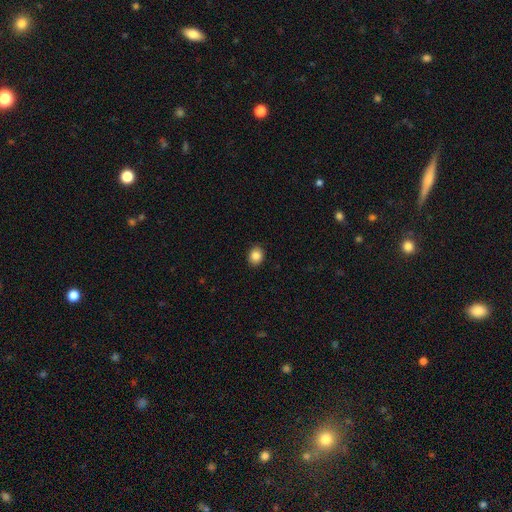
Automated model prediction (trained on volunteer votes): Smooth or featured?
  - smooth: 87% *
  - star or artifact: 9%
  - featured or disk: 4%
How rounded?
  - round: 55% *
  - in between: 44%
  - cigar-shaped: 1%
Merging?
  - none: 90% *
  - minor disturbance: 7%
  - major disturbance: 2%
  - merger: 1%